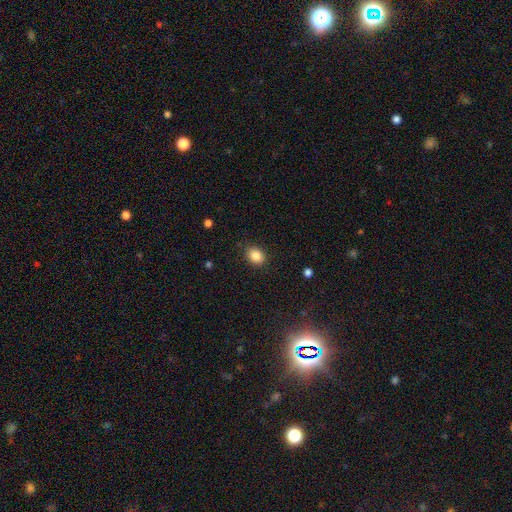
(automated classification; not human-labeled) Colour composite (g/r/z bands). It shows a smooth galaxy with no disk features (87%) that is in between round and cigar-shaped (58%). Merging: none (88%).